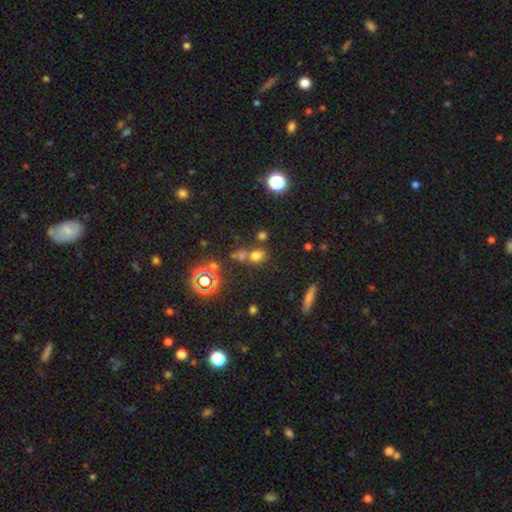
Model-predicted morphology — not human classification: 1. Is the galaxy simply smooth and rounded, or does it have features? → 64% smooth, 28% star or artifact, 9% featured or disk.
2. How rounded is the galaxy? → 72% round, 26% in between, 2% cigar-shaped.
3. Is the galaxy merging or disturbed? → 60% none, 26% merger, 10% minor disturbance, 4% major disturbance.